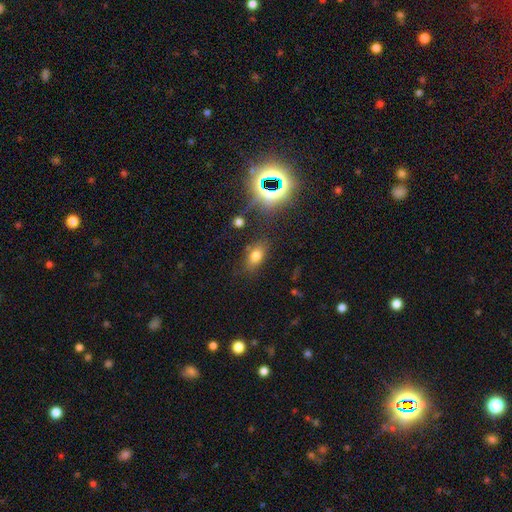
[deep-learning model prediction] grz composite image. It shows a smooth galaxy with no disk features (72%) that is in between round and cigar-shaped (83%). Merging: none (75%).